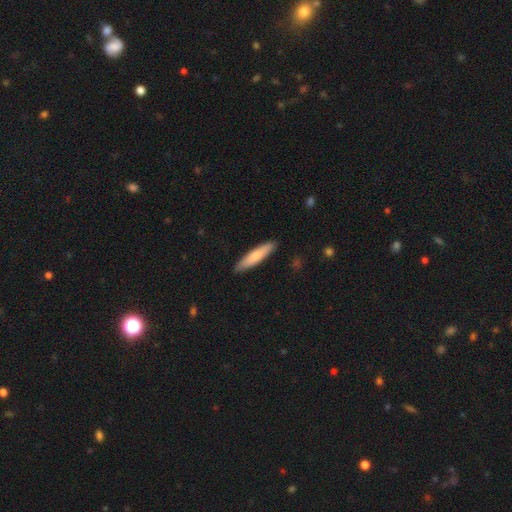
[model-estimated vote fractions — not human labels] smooth_or_featured: smooth (p=0.76) [alt: featured or disk p=0.19]
how_rounded: cigar-shaped (p=0.84) [alt: in between p=0.14]
merging: none (p=0.90) [alt: minor disturbance p=0.08]